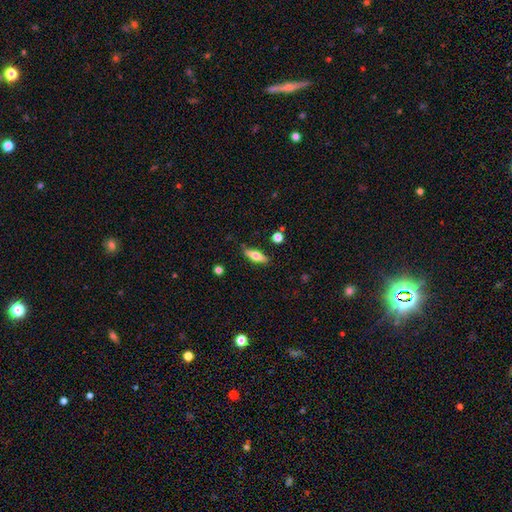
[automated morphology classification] Smooth or featured? Predicted: smooth (p=0.53). How rounded? Predicted: cigar-shaped (p=0.49). Merging? Predicted: none (p=0.82).